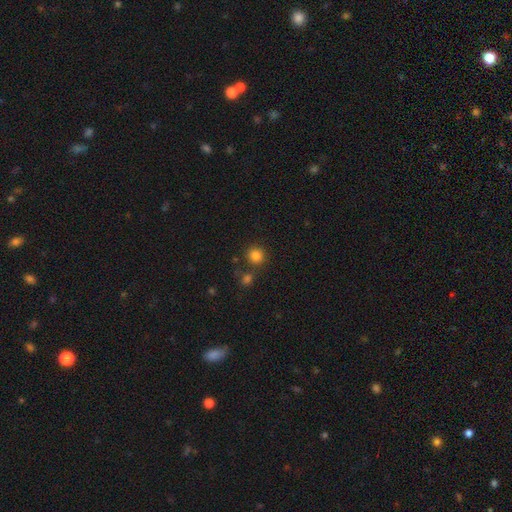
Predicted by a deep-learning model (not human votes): The model was most divided on "merging": none: 78%, merger: 11%, minor disturbance: 8%, major disturbance: 3%. More confident: how rounded — round (90%); smooth or featured — smooth (83%).